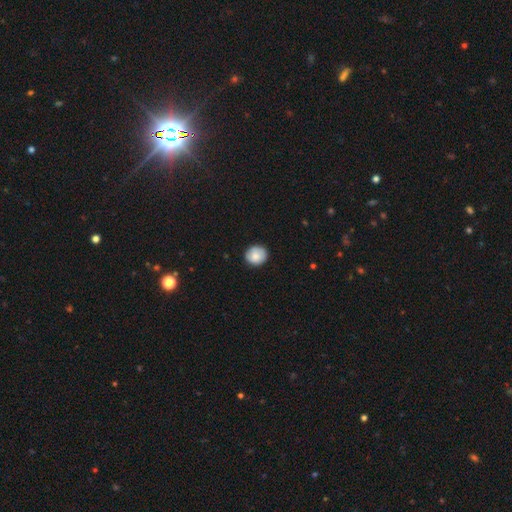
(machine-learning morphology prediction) A smooth galaxy with no disk features (84%) that is round (84%). Merging: none (86%).